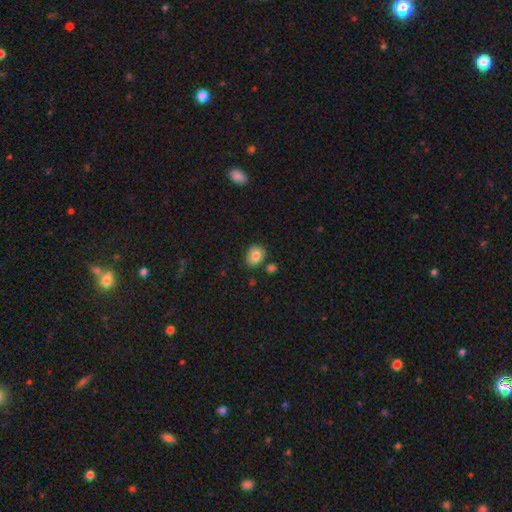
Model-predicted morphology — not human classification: This is likely a smooth galaxy (79%). How rounded: possibly round (59%). Merging: likely none (79%).